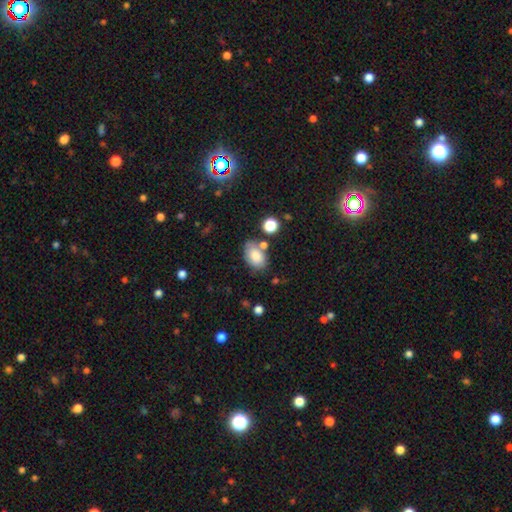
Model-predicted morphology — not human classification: A smooth galaxy with no disk features (80%) that is in between round and cigar-shaped (86%). Merging: none (61%).